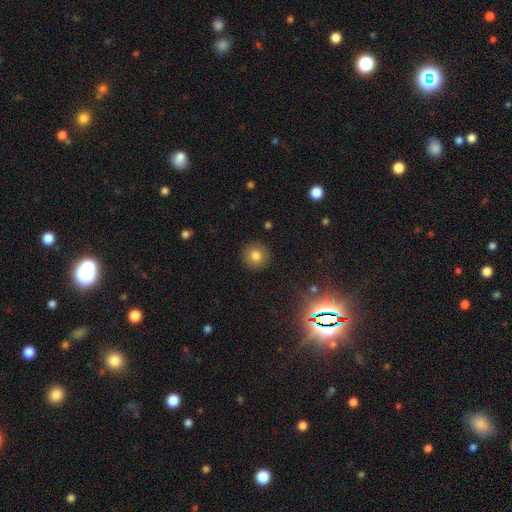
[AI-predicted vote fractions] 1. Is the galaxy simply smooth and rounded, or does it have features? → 78% smooth, 13% star or artifact, 9% featured or disk.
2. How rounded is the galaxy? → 94% round, 5% in between, 1% cigar-shaped.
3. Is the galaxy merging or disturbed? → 91% none, 6% minor disturbance, 2% major disturbance, 1% merger.